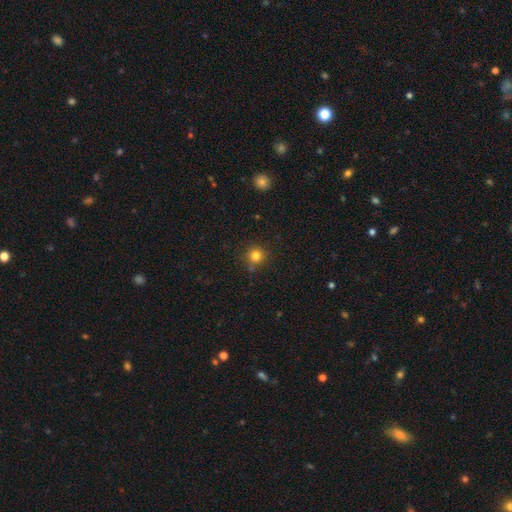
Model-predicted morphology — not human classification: type=smooth (81%); roundness=round (94%); merging=none (82%).